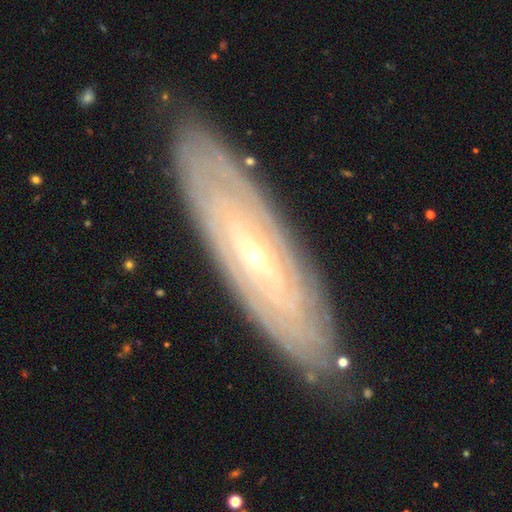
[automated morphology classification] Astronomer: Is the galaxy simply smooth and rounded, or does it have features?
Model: featured or disk — 82%.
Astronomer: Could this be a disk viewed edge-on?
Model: no — 79%.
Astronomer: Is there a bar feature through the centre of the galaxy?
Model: no — 55% (runner-up: weak, 31%).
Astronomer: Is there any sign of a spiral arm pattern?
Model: yes — 87%.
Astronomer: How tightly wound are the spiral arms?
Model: tight — 83%.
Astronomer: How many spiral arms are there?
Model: can't tell — 61%.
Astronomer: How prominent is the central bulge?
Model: small — 78%.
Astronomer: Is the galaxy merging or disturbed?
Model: none — 86%.